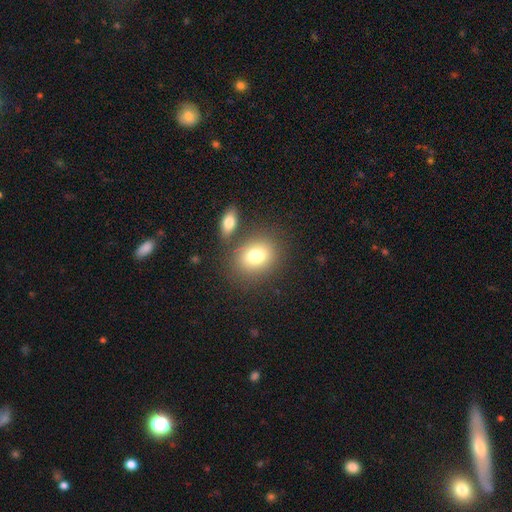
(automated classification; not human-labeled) Overall: smooth (78%). How rounded: round (51%; in between 48%). Merging: none (72%).